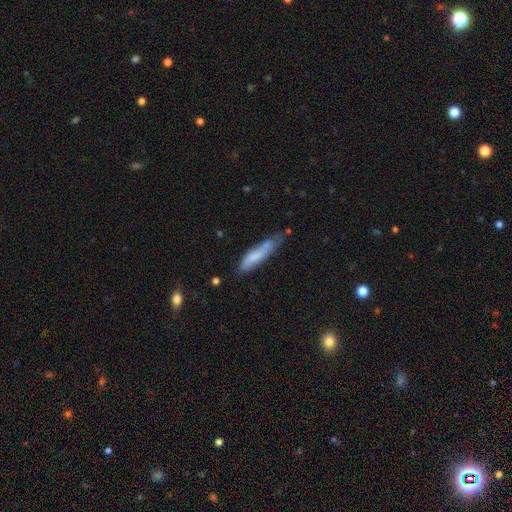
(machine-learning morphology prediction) Smooth or featured? smooth (70%)
How rounded? cigar-shaped (78%)
Merging? none (49%)